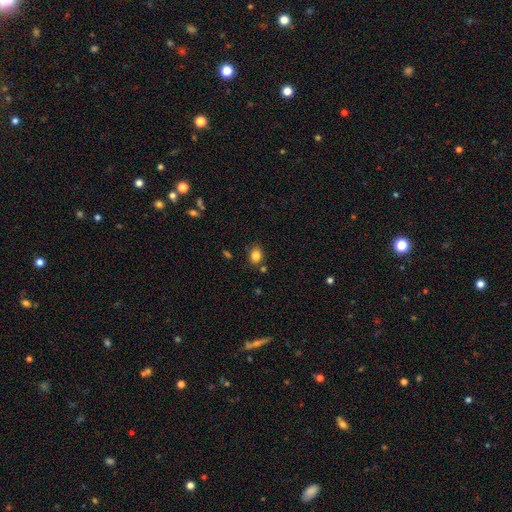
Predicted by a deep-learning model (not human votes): Overall: smooth (83%). How rounded: in between (54%; round 45%). Merging: none (78%).